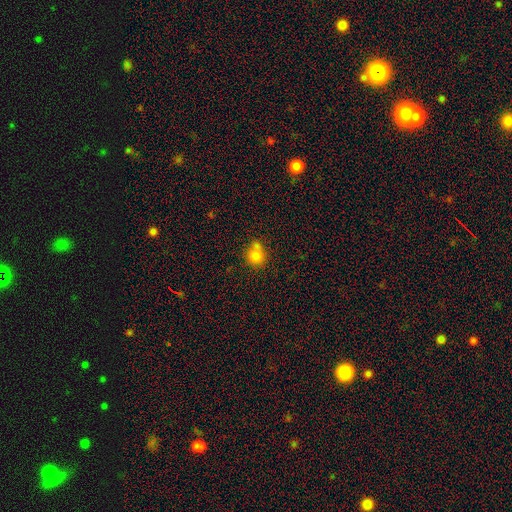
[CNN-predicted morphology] The model was most divided on "merging": none: 47%, merger: 33%, minor disturbance: 15%, major disturbance: 5%. More confident: smooth or featured — smooth (80%); how rounded — round (80%).